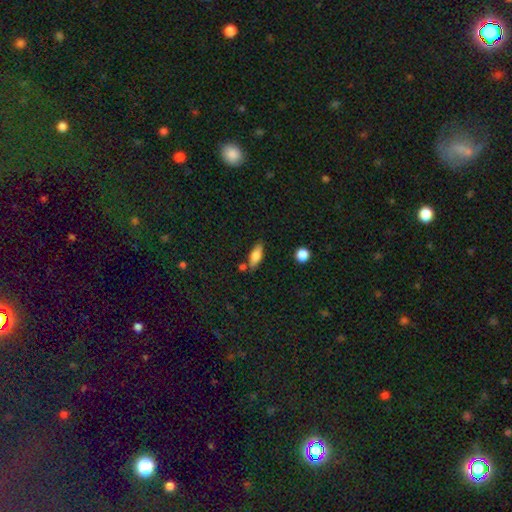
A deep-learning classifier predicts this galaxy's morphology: This appears to be a smooth galaxy with no disk features (76%) that is in between round and cigar-shaped (69%). Merging: none (74%).